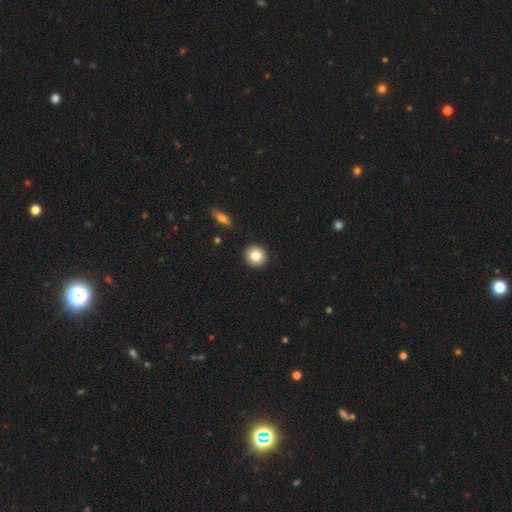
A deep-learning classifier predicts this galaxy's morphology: type=smooth (81%); roundness=round (92%); merging=none (92%).